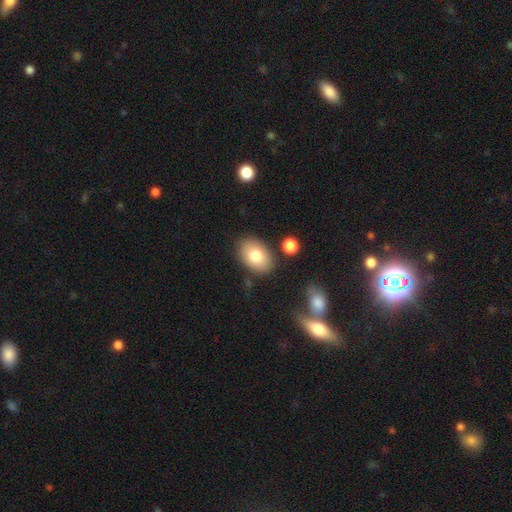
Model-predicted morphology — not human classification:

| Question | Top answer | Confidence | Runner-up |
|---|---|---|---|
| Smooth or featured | smooth | 80% | featured or disk (13%) |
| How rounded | in between | 86% | round (13%) |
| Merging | none | 83% | minor disturbance (10%) |